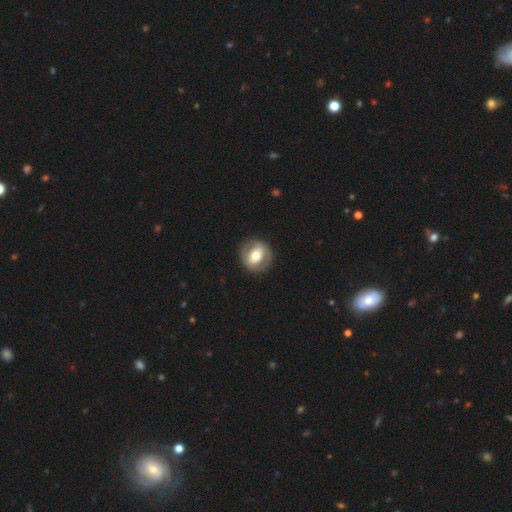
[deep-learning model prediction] A featured or disk galaxy (48%). Merging: none (83%).